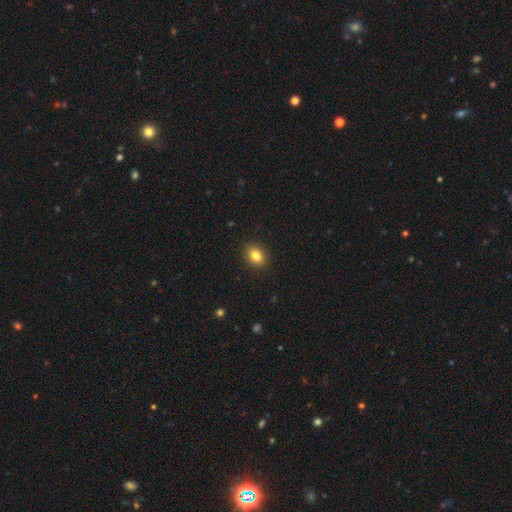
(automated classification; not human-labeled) A smooth galaxy with no disk features (83%) that is in between round and cigar-shaped (63%). Merging: none (90%).